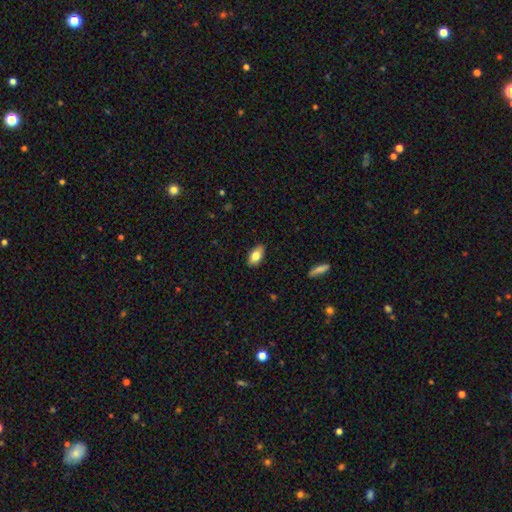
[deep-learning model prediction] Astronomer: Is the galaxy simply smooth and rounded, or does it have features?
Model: smooth — 79%.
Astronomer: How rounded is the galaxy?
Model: in between — 90%.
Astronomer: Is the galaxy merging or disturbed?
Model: none — 84%.